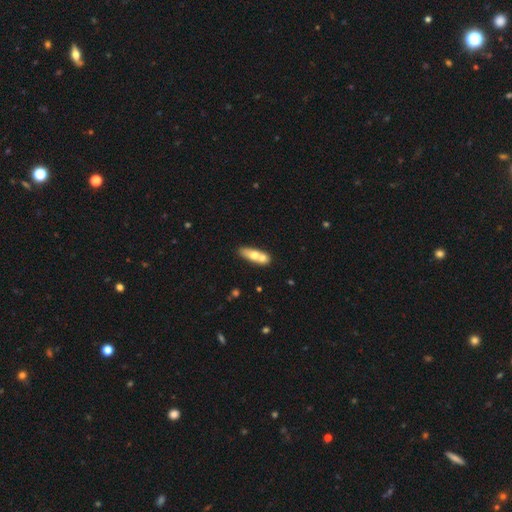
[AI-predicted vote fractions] smooth 61%, featured or disk 32%, star or artifact 7%. Down the decision tree: how rounded — in between (58%); merging — merger (52%).